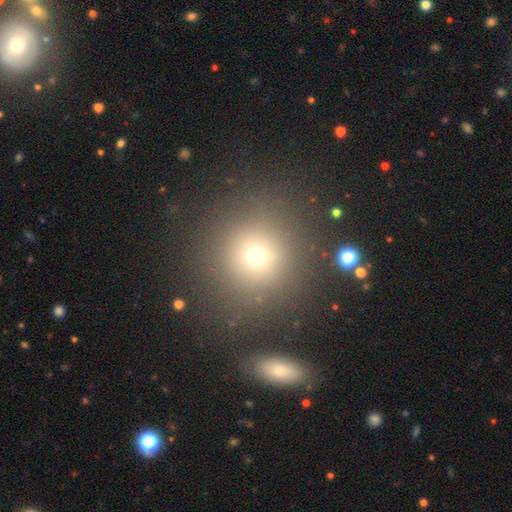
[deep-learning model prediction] smooth_or_featured: smooth (p=0.66) [alt: star or artifact p=0.23]
how_rounded: round (p=0.92) [alt: in between p=0.07]
merging: none (p=0.82) [alt: minor disturbance p=0.08]